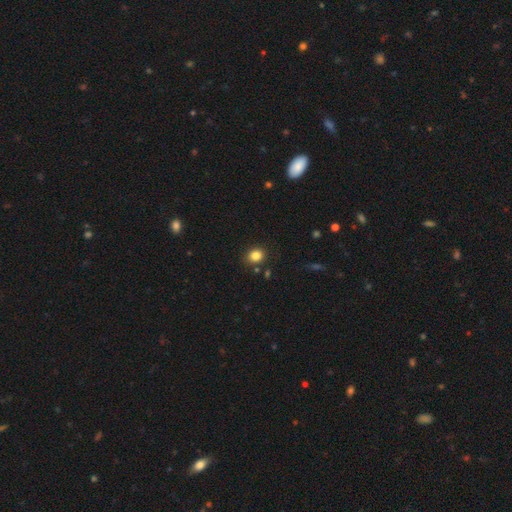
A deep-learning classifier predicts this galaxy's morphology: The model was most divided on "how rounded": round: 65%, in between: 34%, cigar-shaped: 1%. More confident: merging — none (85%); smooth or featured — smooth (84%).